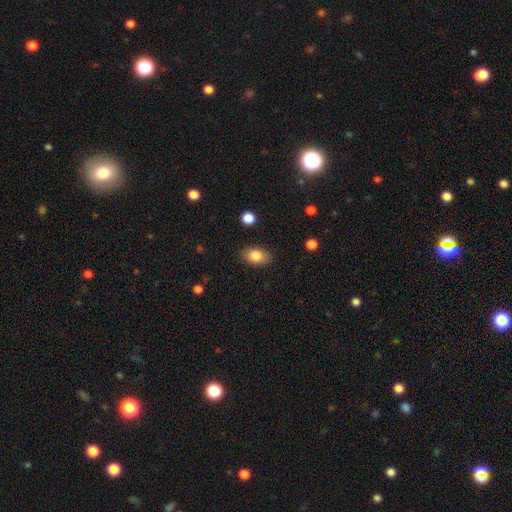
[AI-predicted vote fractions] Overall: smooth (82%). How rounded: in between (84%). Merging: none (86%).